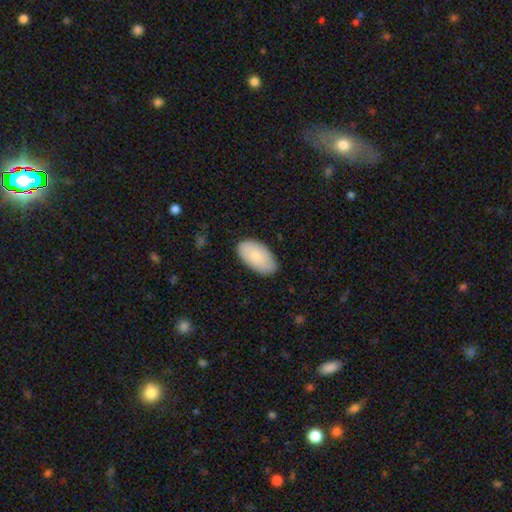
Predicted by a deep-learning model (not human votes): Smooth or featured? smooth (82%)
How rounded? in between (96%)
Merging? none (85%)